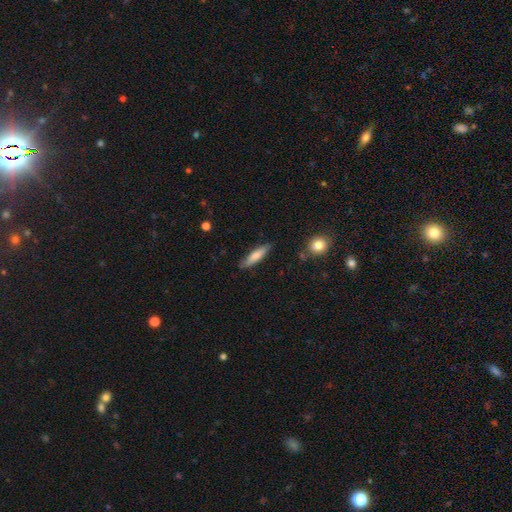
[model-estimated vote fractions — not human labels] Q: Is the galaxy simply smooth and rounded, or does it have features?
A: smooth — 71%.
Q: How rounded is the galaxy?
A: cigar-shaped — 78%.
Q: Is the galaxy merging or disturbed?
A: none — 82%.